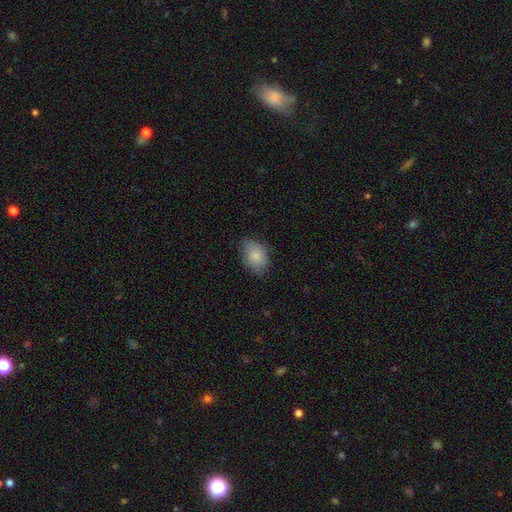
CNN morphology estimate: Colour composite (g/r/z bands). It shows a smooth galaxy with no disk features (82%) that is in between round and cigar-shaped (73%). Merging: none (67%).